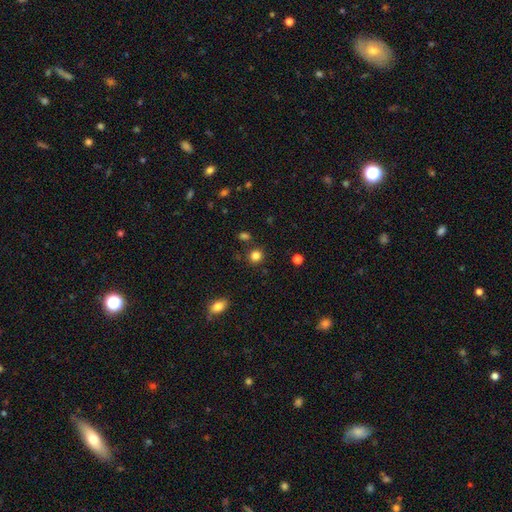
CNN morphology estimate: Overall: smooth (83%). How rounded: round (87%). Merging: none (87%).